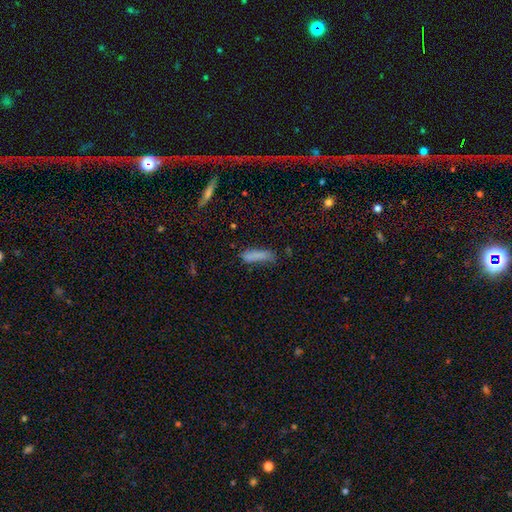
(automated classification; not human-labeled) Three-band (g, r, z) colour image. It shows a smooth galaxy with no disk features (80%) that is cigar-shaped (69%). Merging: none (55%).